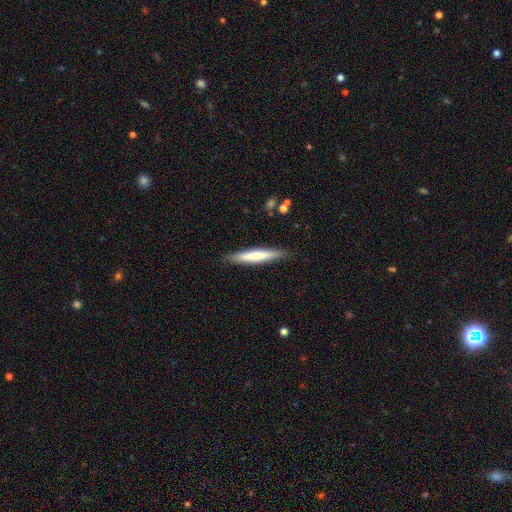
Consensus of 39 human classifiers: smooth 69%, featured or disk 28%, star or artifact 3%. Down the decision tree: how rounded — cigar-shaped (96%); merging — none (89%).